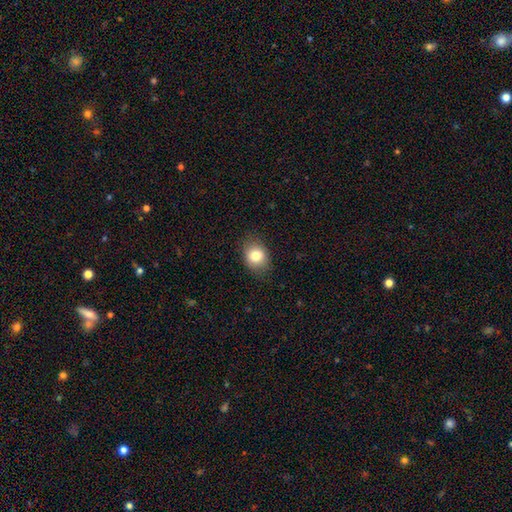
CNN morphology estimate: This is clearly a smooth galaxy (81%). How rounded: possibly round (51%). Merging: clearly none (84%).